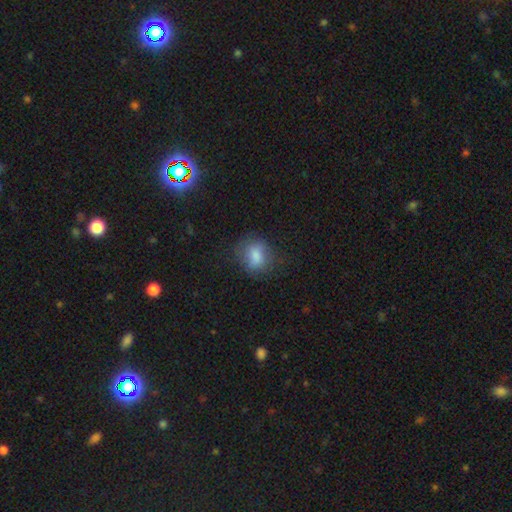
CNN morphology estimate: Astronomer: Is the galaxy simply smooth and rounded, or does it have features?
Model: smooth — 78%.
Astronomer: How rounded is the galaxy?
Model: round — 54% (runner-up: in between, 44%).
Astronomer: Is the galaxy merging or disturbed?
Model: none — 68%.